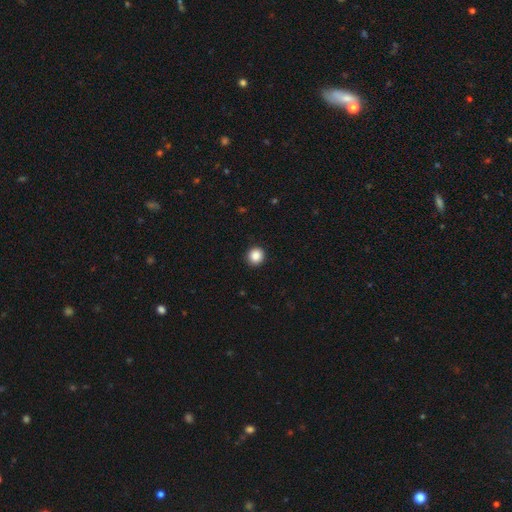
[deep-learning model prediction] smooth_or_featured: smooth (p=0.87) [alt: star or artifact p=0.10]
how_rounded: round (p=0.91) [alt: in between p=0.08]
merging: none (p=0.92) [alt: minor disturbance p=0.05]